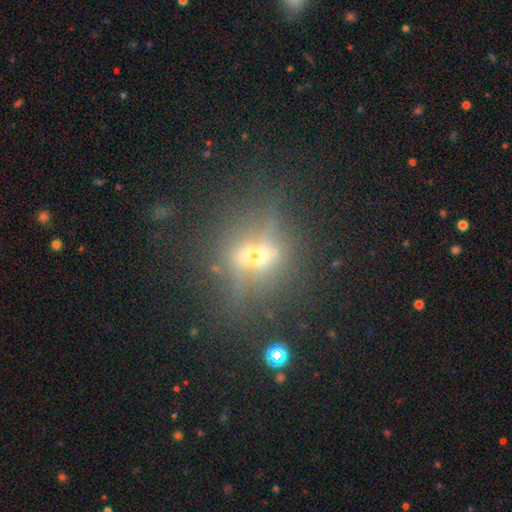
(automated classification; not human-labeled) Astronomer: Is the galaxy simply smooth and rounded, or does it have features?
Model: featured or disk — 66%.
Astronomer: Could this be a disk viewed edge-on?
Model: yes — 72%.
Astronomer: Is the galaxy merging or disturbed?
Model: none — 67%.